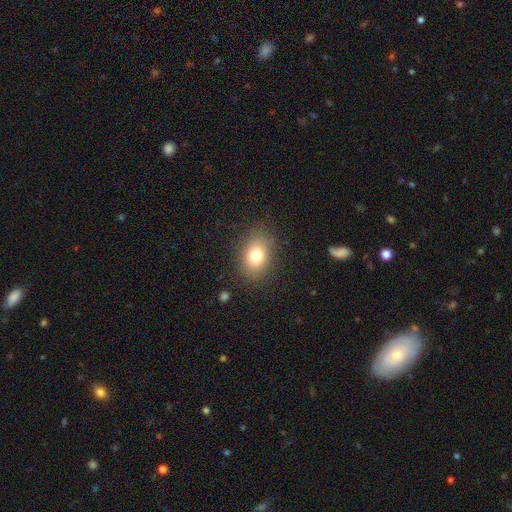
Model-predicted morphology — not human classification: type=smooth (78%); roundness=in between (73%); merging=none (84%).